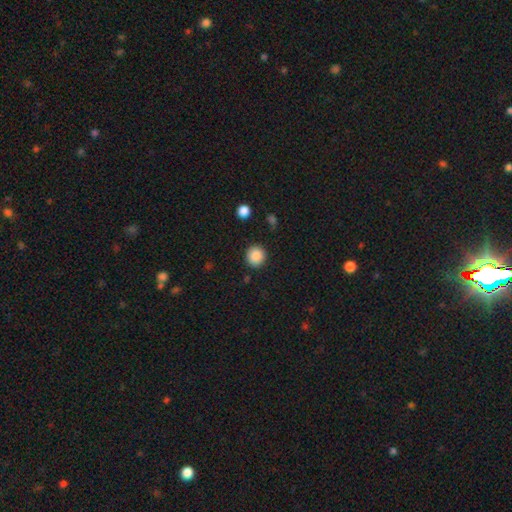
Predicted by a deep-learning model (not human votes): A smooth galaxy with no disk features (88%) that is round (91%).

Vote fractions:
- Smooth or featured? smooth: 88% / star or artifact: 9% / featured or disk: 3%
- How rounded? round: 91% / in between: 8% / cigar-shaped: 1%
- Merging? none: 90% / minor disturbance: 6% / major disturbance: 2% / merger: 1%